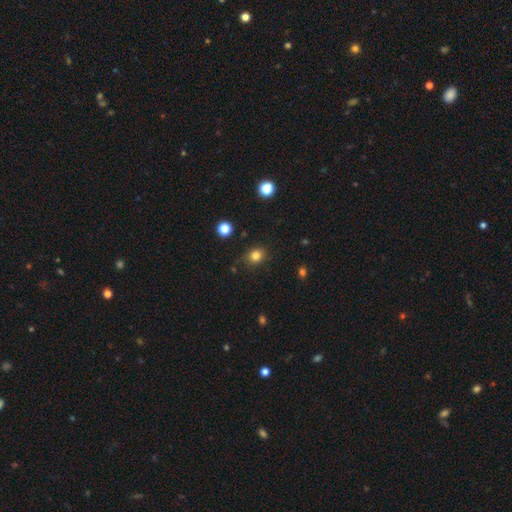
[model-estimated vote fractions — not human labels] Smooth or featured?
  - smooth: 81% *
  - star or artifact: 13%
  - featured or disk: 6%
How rounded?
  - round: 68% *
  - in between: 31%
  - cigar-shaped: 1%
Merging?
  - none: 82% *
  - minor disturbance: 13%
  - major disturbance: 3%
  - merger: 2%